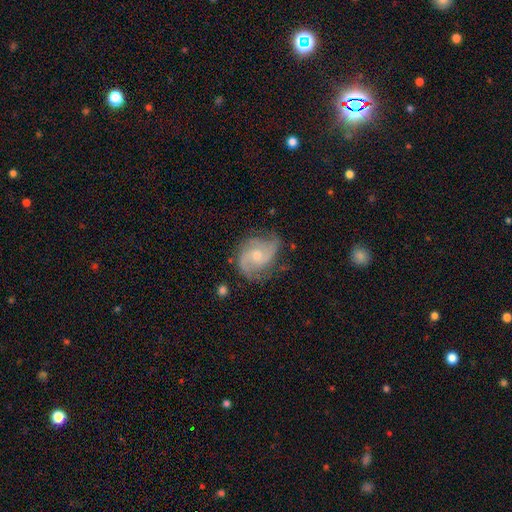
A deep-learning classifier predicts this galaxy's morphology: This is clearly a featured or disk galaxy (86%). It is clearly not viewed edge-on (98%). Bar: likely no (67%). Spiral arm pattern: clearly yes (97%). Spiral arm count: possibly 2 (49%). Spiral winding: possibly medium (51%). Central bulge: possibly small (54%). Merging: likely none (72%).